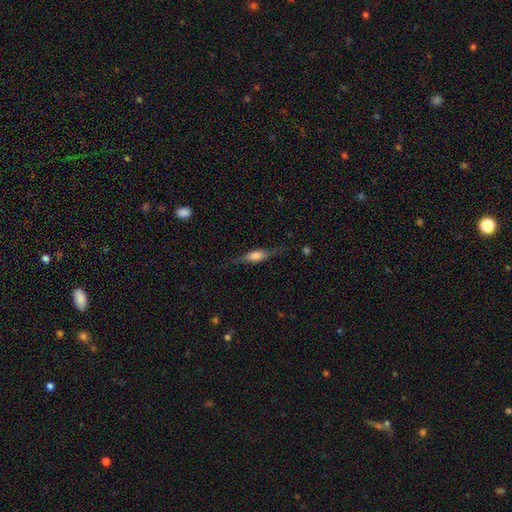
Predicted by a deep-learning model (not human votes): Smooth or featured: featured or disk — 50% (smooth — 43%)
Merging: none — 74% (minor disturbance — 18%)